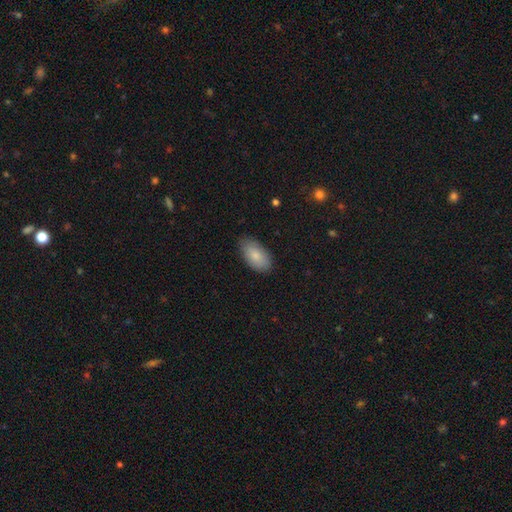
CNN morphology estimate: smooth-or-featured: smooth: 84% | featured or disk: 10% | star or artifact: 6%
  how-rounded: in between: 94% | round: 3% | cigar-shaped: 2%
  merging: none: 83% | minor disturbance: 14% | major disturbance: 3% | merger: 1%